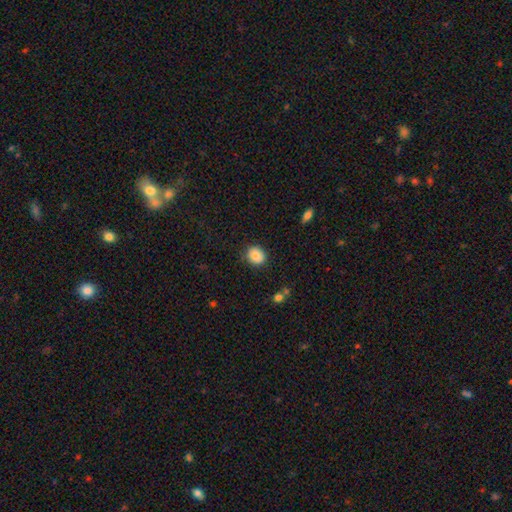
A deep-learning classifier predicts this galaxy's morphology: The model was most divided on "how rounded": round: 75%, in between: 24%, cigar-shaped: 1%. More confident: smooth or featured — smooth (84%); merging — none (82%).